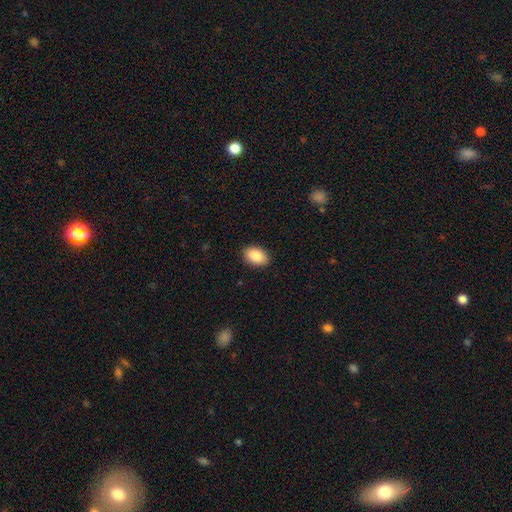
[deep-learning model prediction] This is clearly a smooth galaxy (88%). How rounded: clearly in between (88%). Merging: clearly none (89%).